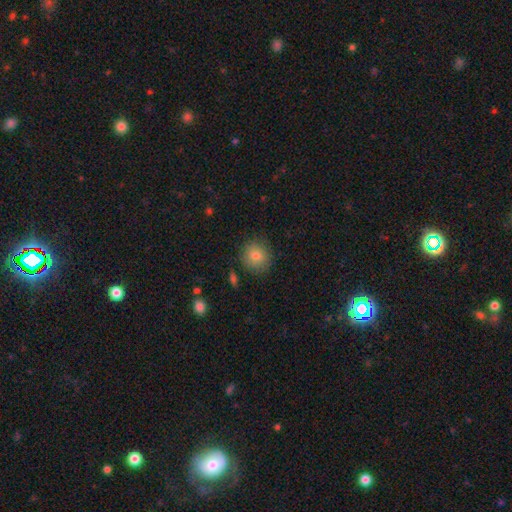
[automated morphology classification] Smooth or featured? Predicted: smooth (p=0.81). How rounded? Predicted: round (p=0.87). Merging? Predicted: none (p=0.85).